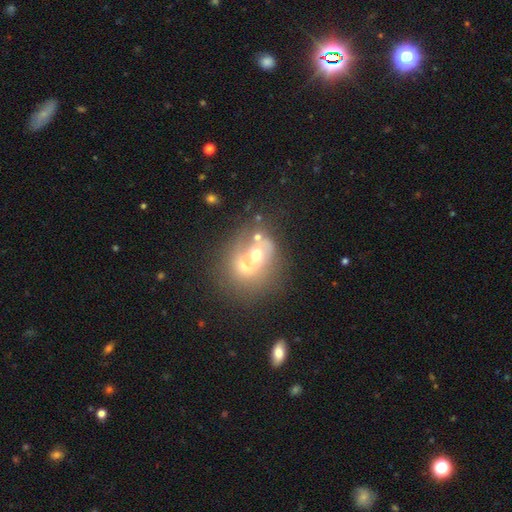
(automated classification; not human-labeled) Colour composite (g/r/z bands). It shows a featured or disk galaxy (50%). Merging: merger (64%).